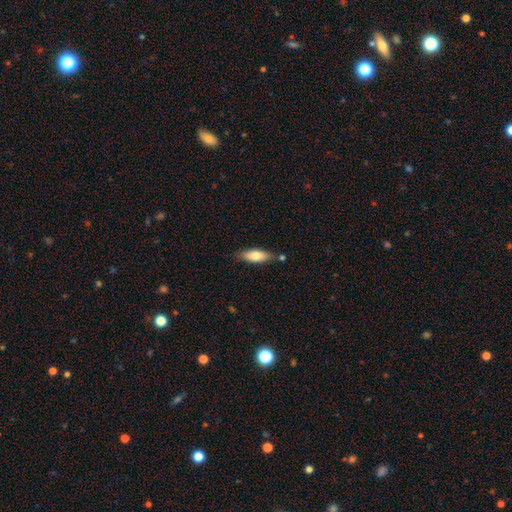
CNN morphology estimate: This is likely a smooth galaxy (74%). How rounded: likely in between (71%). Merging: likely none (75%).